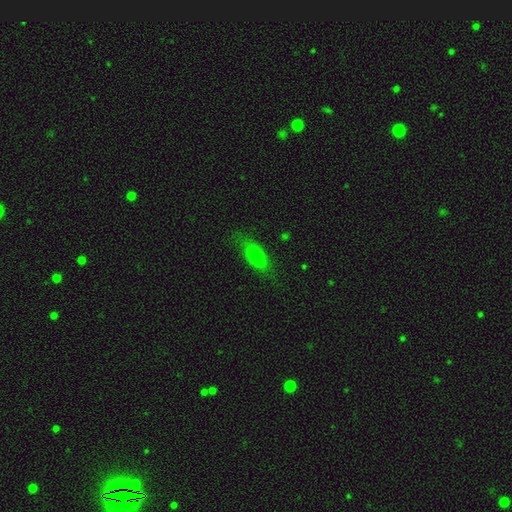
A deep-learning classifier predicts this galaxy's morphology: Smooth or featured: smooth — 78% (featured or disk — 13%)
How rounded: in between — 68% (cigar-shaped — 29%)
Merging: none — 72% (minor disturbance — 19%)